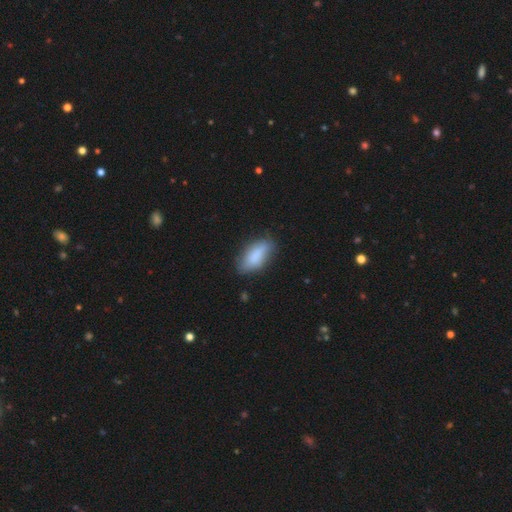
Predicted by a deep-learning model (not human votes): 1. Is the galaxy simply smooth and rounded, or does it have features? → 83% smooth, 10% featured or disk, 6% star or artifact.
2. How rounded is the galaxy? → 84% in between, 13% cigar-shaped, 3% round.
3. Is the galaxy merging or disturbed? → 74% none, 20% minor disturbance, 4% major disturbance, 2% merger.